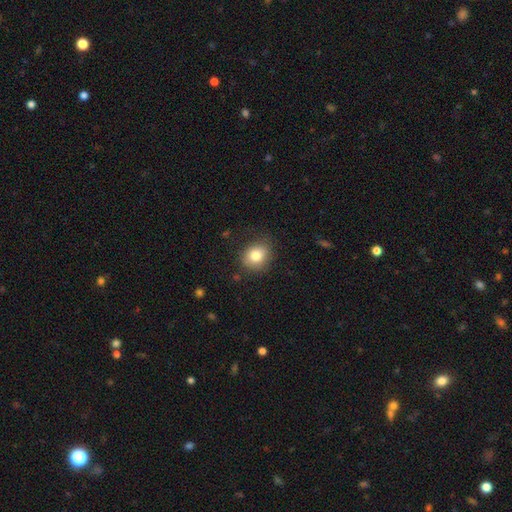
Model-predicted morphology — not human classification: smooth 81%, star or artifact 10%, featured or disk 9%. Down the decision tree: how rounded — round (62%); merging — none (79%).